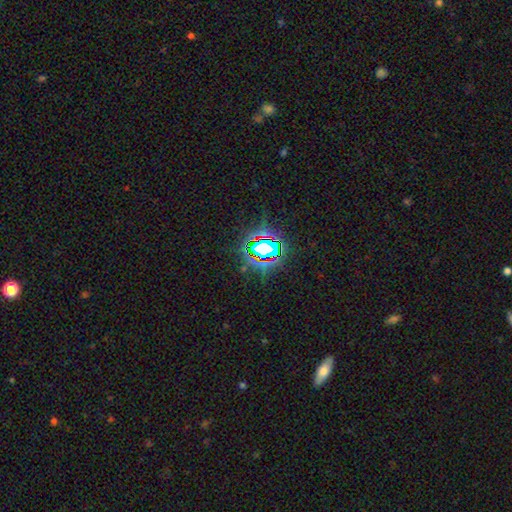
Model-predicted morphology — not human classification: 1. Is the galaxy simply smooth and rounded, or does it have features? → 77% star or artifact, 14% smooth, 9% featured or disk.